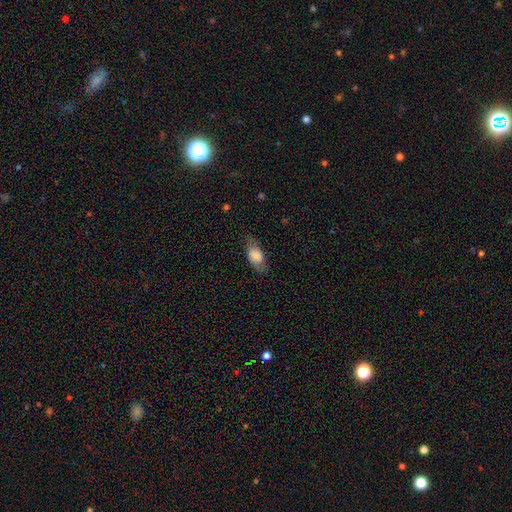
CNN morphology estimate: This appears to be a smooth galaxy with no disk features (73%) that is in between round and cigar-shaped (87%). Merging: none (70%).